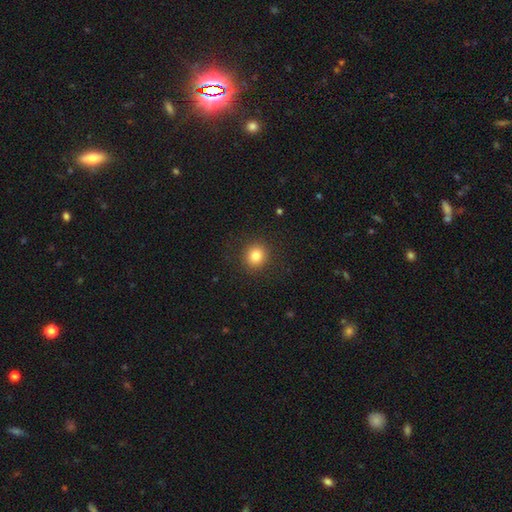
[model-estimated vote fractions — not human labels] A smooth galaxy with no disk features (82%) that is round (87%). Merging: none (90%).